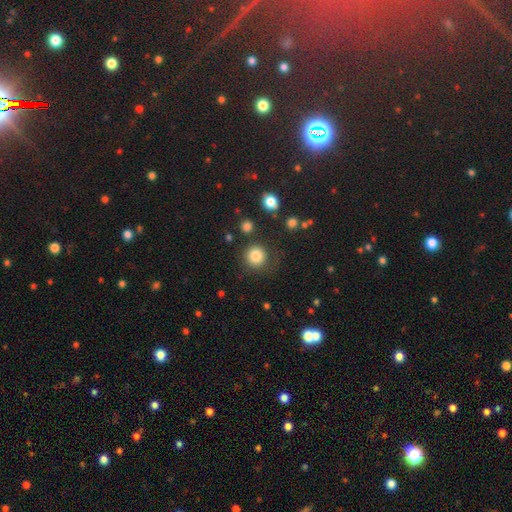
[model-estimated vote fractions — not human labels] smooth_or_featured: smooth (p=0.83) [alt: star or artifact p=0.11]
how_rounded: round (p=0.92) [alt: in between p=0.07]
merging: none (p=0.79) [alt: minor disturbance p=0.11]